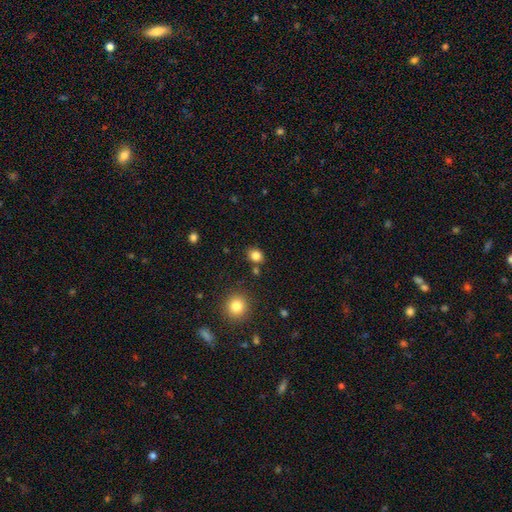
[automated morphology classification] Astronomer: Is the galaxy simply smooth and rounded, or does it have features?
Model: smooth — 83%.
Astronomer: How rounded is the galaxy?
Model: round — 58% (runner-up: in between, 41%).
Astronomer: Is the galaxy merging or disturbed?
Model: none — 79%.